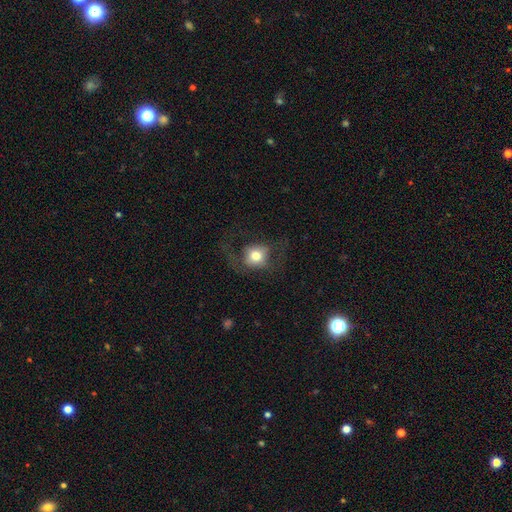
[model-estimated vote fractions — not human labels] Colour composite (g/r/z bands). It shows a smooth galaxy with no disk features (64%) that is round (71%). Merging: none (48%).